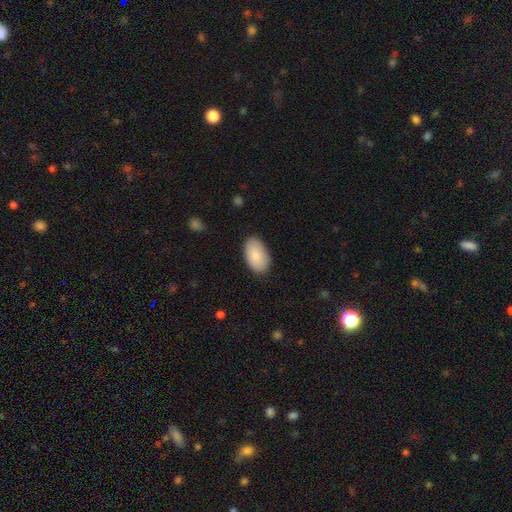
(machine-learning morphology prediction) Smooth or featured? Predicted: smooth (p=0.87). How rounded? Predicted: in between (p=0.95). Merging? Predicted: none (p=0.86).